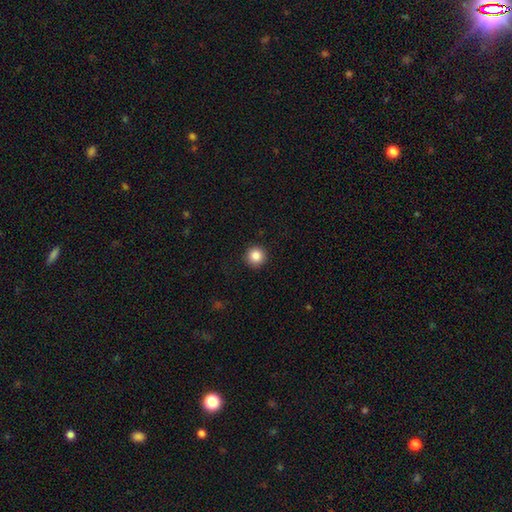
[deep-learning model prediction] Smooth or featured? smooth (86%)
How rounded? round (96%)
Merging? none (93%)